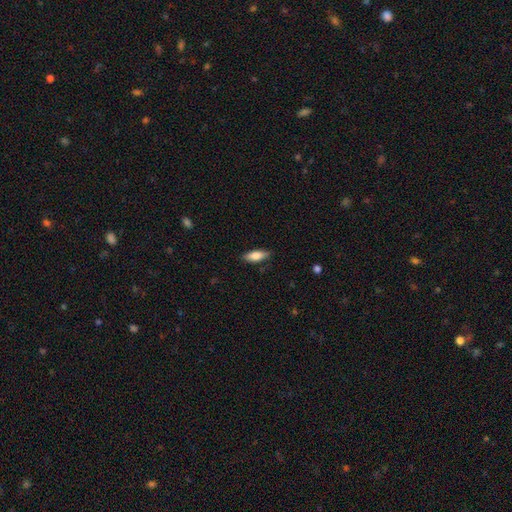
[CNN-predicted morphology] Q: Smooth or featured?
A: smooth (81%); runner-up: featured or disk (13%)
Q: How rounded?
A: in between (71%); runner-up: cigar-shaped (26%)
Q: Merging?
A: none (84%); runner-up: minor disturbance (13%)